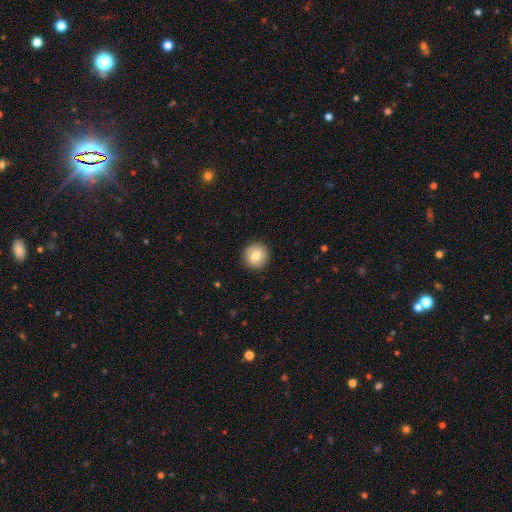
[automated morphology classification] smooth-or-featured: smooth: 80% | featured or disk: 12% | star or artifact: 8%
  how-rounded: round: 93% | in between: 6% | cigar-shaped: 1%
  merging: none: 90% | minor disturbance: 7% | major disturbance: 2% | merger: 1%